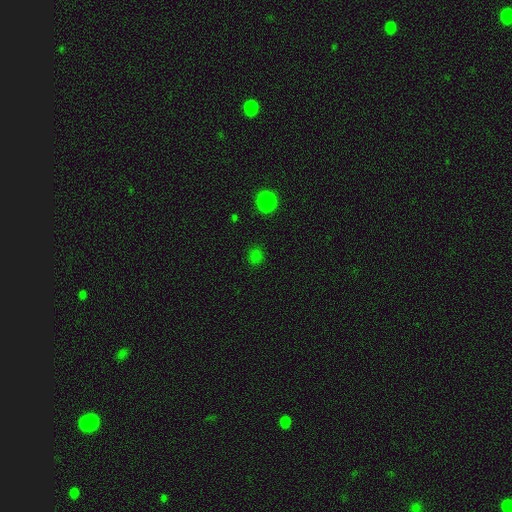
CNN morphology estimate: type=smooth (73%); roundness=round (75%); merging=none (85%).